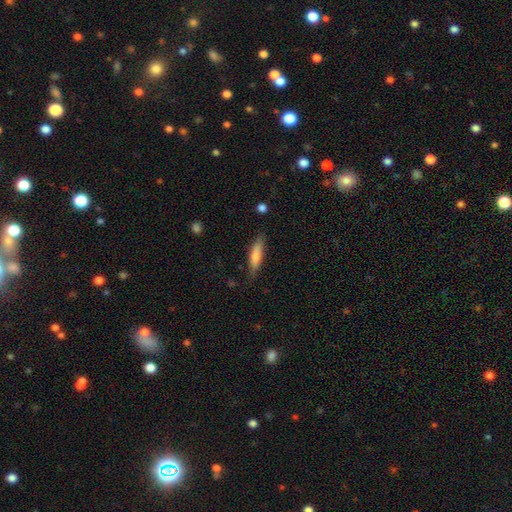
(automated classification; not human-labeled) Overall: smooth (76%). How rounded: cigar-shaped (72%). Merging: none (77%).